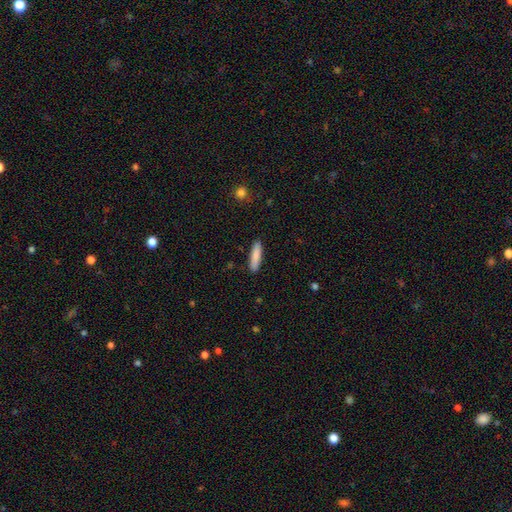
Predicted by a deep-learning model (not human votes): Morphology: type=smooth (86%); roundness=cigar-shaped (79%); merging=none (90%).